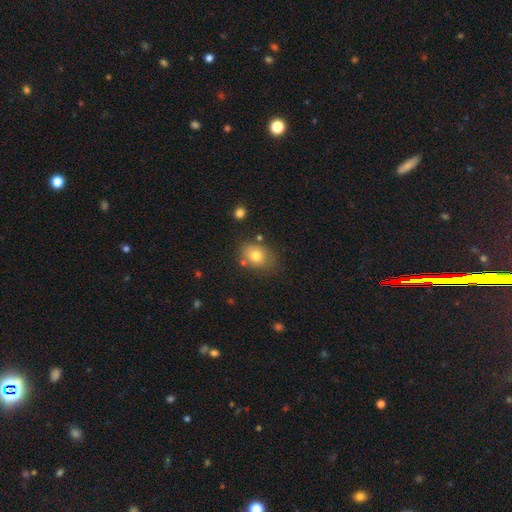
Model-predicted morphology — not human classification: smooth-or-featured: smooth: 77% | featured or disk: 13% | star or artifact: 10%
  how-rounded: in between: 59% | round: 40% | cigar-shaped: 1%
  merging: none: 71% | minor disturbance: 18% | merger: 7% | major disturbance: 5%